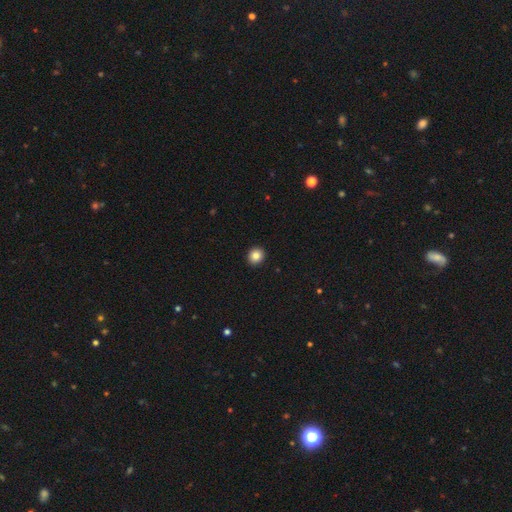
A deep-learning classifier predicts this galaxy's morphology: smooth_or_featured: smooth (p=0.85) [alt: star or artifact p=0.10]
how_rounded: round (p=0.85) [alt: in between p=0.14]
merging: none (p=0.93) [alt: minor disturbance p=0.04]